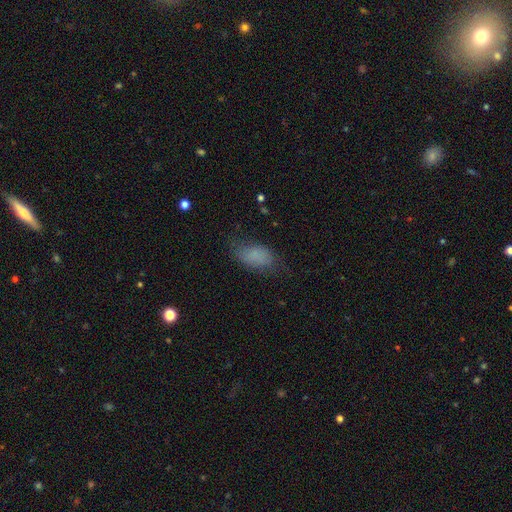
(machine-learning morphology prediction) smooth 77%, featured or disk 13%, star or artifact 10%. Down the decision tree: how rounded — in between (91%); merging — none (62%).